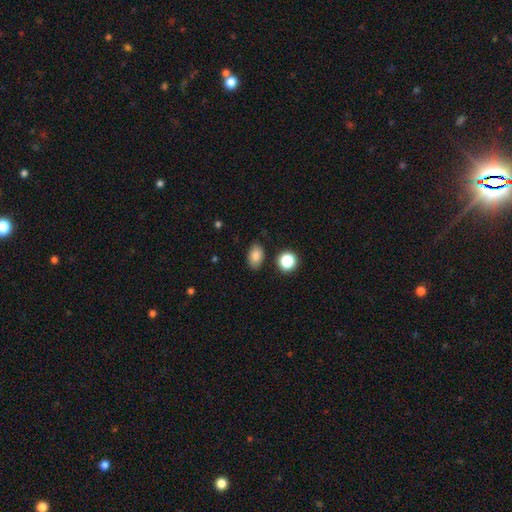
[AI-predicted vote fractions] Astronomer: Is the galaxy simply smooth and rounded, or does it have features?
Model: smooth — 84%.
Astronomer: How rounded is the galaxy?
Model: in between — 86%.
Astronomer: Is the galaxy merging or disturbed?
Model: none — 84%.